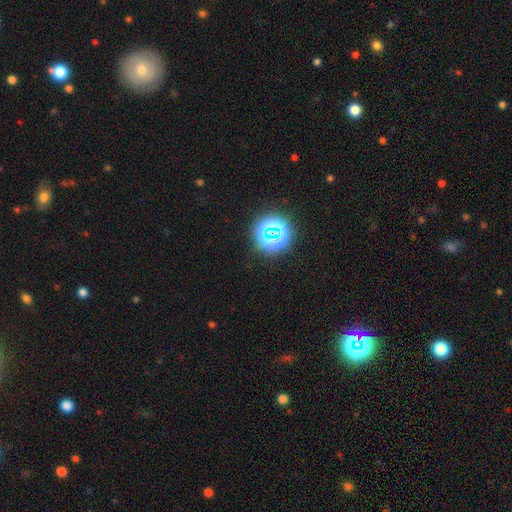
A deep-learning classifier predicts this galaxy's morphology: Smooth or featured? Predicted: star or artifact (p=0.72).